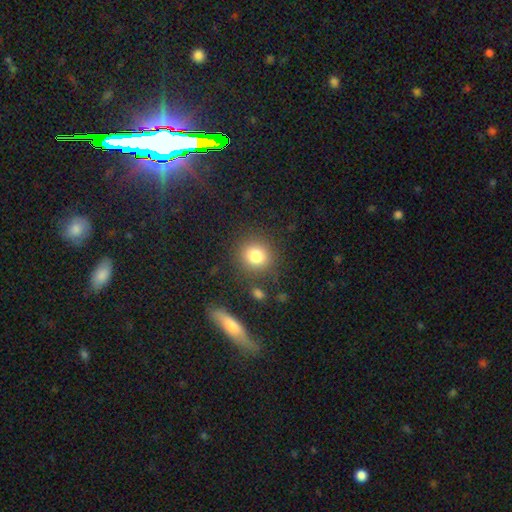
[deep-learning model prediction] A smooth galaxy with no disk features (82%) that is round (86%).

Vote fractions:
- Smooth or featured? smooth: 82% / star or artifact: 11% / featured or disk: 7%
- How rounded? round: 86% / in between: 13% / cigar-shaped: 1%
- Merging? none: 84% / minor disturbance: 9% / merger: 4% / major disturbance: 4%